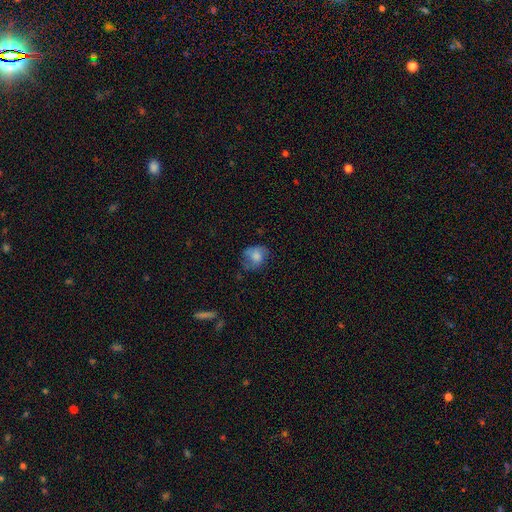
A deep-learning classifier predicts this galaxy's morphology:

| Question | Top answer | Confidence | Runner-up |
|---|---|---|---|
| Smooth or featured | smooth | 67% | featured or disk (24%) |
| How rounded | round | 53% | in between (46%) |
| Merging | none | 50% | minor disturbance (30%) |